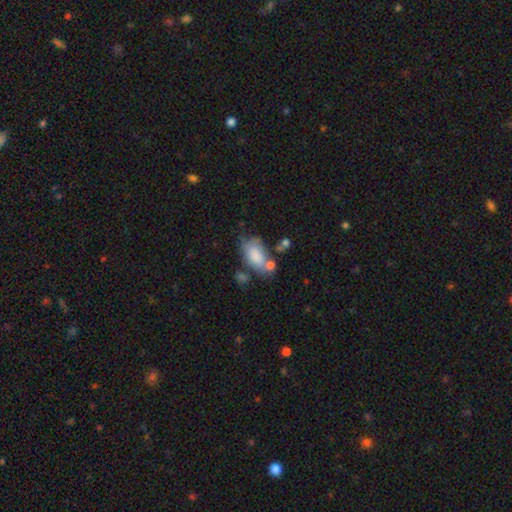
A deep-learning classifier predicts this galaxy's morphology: The model was most divided on "merging": none: 41%, merger: 25%, minor disturbance: 23%, major disturbance: 11%. More confident: how rounded — in between (92%); smooth or featured — smooth (79%).